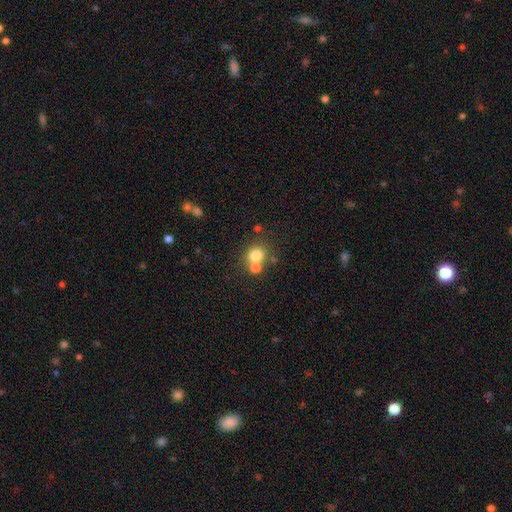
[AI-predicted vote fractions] Overall: smooth (76%). How rounded: round (78%). Merging: none (51%; merger 38%).